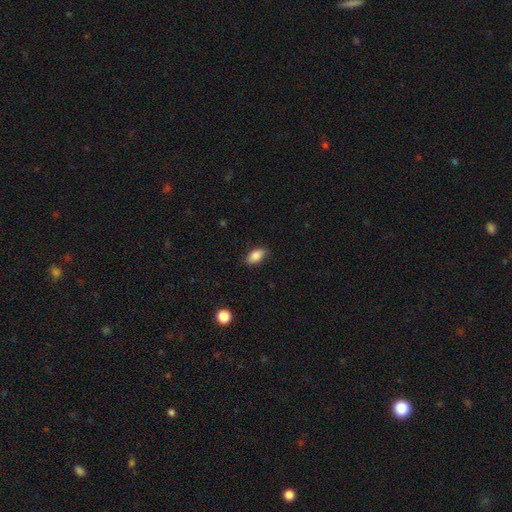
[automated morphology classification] Smooth or featured: smooth — 85% (star or artifact — 7%)
How rounded: in between — 92% (round — 5%)
Merging: none — 84% (minor disturbance — 13%)